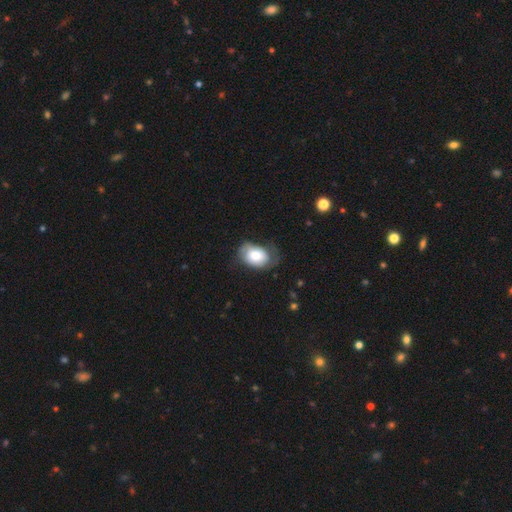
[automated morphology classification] This is likely a smooth galaxy (65%). How rounded: clearly in between (81%). Merging: possibly none (51%).